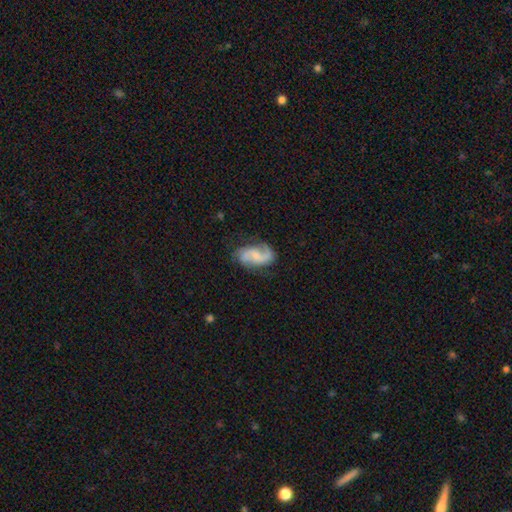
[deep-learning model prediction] smooth_or_featured: featured or disk (p=0.79) [alt: smooth p=0.15]
disk_edge_on: no (p=0.98) [alt: yes p=0.02]
bar: no (p=0.47) [alt: weak p=0.42]
has_spiral_arms: yes (p=0.96) [alt: no p=0.04]
spiral_winding: loose (p=0.44) [alt: medium p=0.42]
spiral_arm_count: 2 (p=0.87) [alt: 1 p=0.05]
bulge_size: small (p=0.38) [alt: none p=0.33]
merging: none (p=0.70) [alt: minor disturbance p=0.19]